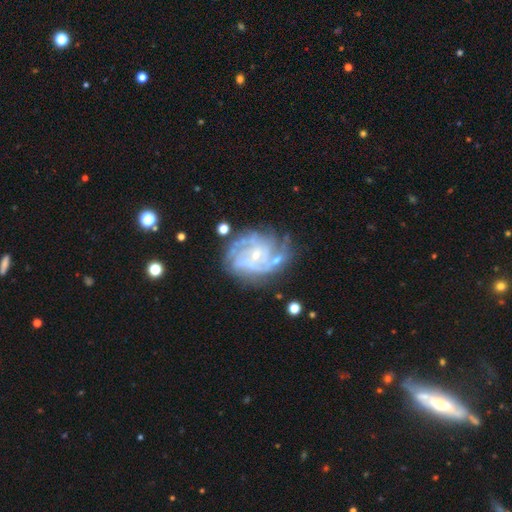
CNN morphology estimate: A featured or disk galaxy (85%) with no bar (71%), tight (61%) spiral arms (94%) and a small central bulge (79%).

Vote fractions:
- Smooth or featured? featured or disk: 85% / smooth: 8% / star or artifact: 7%
- Edge-on disk? no: 98% / yes: 2%
- Bar? no: 71% / weak: 24% / strong: 5%
- Spiral arms? yes: 94% / no: 6%
- Spiral winding? tight: 61% / medium: 31% / loose: 8%
- Spiral arm count? can't tell: 32% / 4: 20% / 3: 19% / 2: 14% / more than 4: 9% / 1: 6%
- Bulge size? small: 79% / moderate: 16% / none: 3% / large: 1% / dominant: 1%
- Merging? none: 64% / minor disturbance: 21% / major disturbance: 11% / merger: 4%